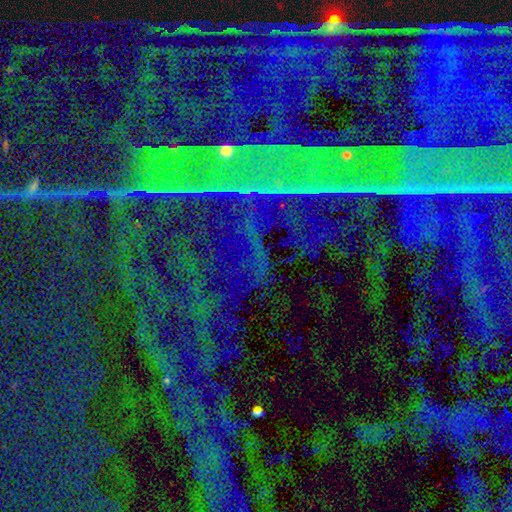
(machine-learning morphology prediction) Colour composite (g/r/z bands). It shows a star or artifact, not a galaxy (87%).